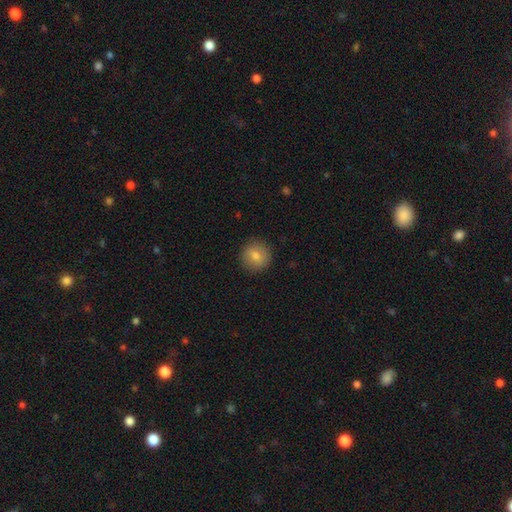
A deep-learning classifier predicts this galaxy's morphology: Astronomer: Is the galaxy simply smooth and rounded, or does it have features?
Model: smooth — 76%.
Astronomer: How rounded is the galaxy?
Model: round — 94%.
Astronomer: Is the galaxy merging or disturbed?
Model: none — 91%.